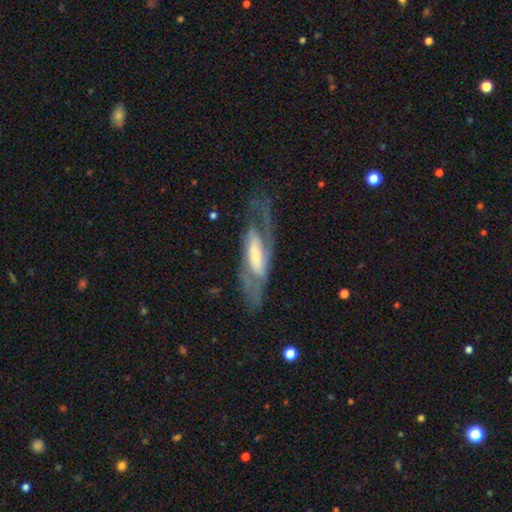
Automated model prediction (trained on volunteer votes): Morphology: type=featured or disk (75%); edge-on=no (82%); bar=no (38%); spiral arms=yes (84%); winding=medium (44%); arm count=2 (61%); bulge=small (50%); merging=none (53%).